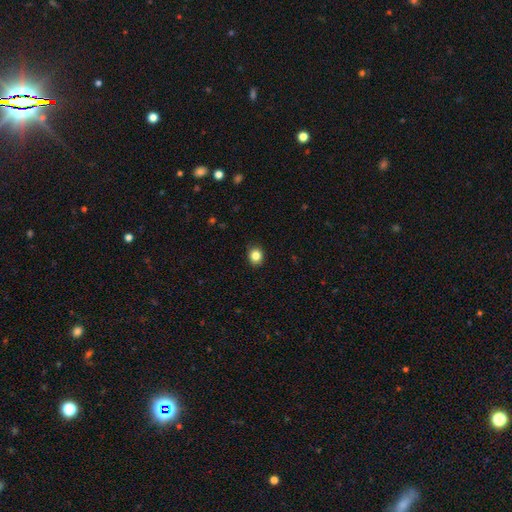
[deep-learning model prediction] A smooth galaxy with no disk features (84%) that is round (74%).

Vote fractions:
- Smooth or featured? smooth: 84% / star or artifact: 11% / featured or disk: 5%
- How rounded? round: 74% / in between: 25% / cigar-shaped: 1%
- Merging? none: 90% / minor disturbance: 7% / major disturbance: 2% / merger: 1%